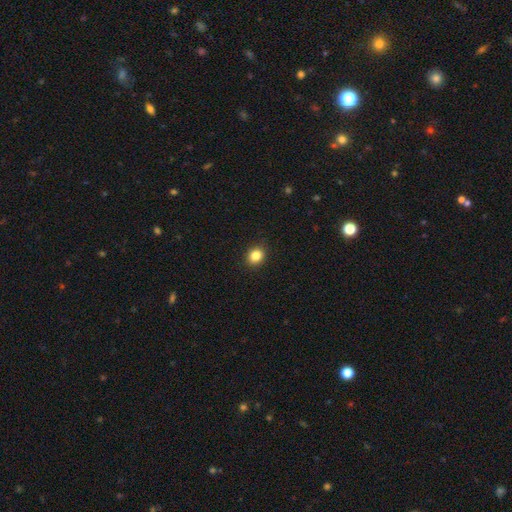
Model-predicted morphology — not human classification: smooth_or_featured: smooth (p=0.85) [alt: star or artifact p=0.11]
how_rounded: round (p=0.64) [alt: in between p=0.35]
merging: none (p=0.91) [alt: minor disturbance p=0.06]